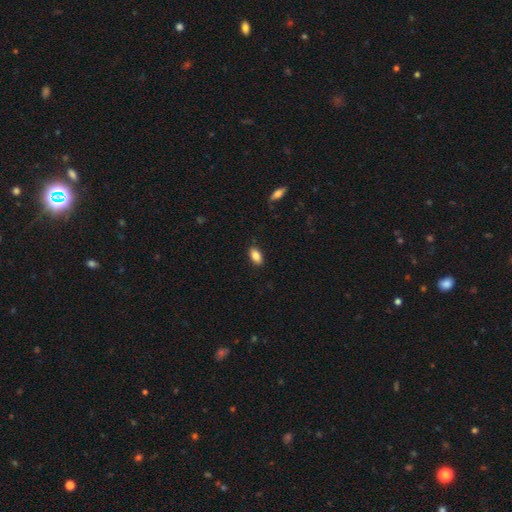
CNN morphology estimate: Smooth or featured?
  - smooth: 87% *
  - star or artifact: 8%
  - featured or disk: 6%
How rounded?
  - in between: 91% *
  - cigar-shaped: 5%
  - round: 4%
Merging?
  - none: 88% *
  - minor disturbance: 9%
  - major disturbance: 2%
  - merger: 1%